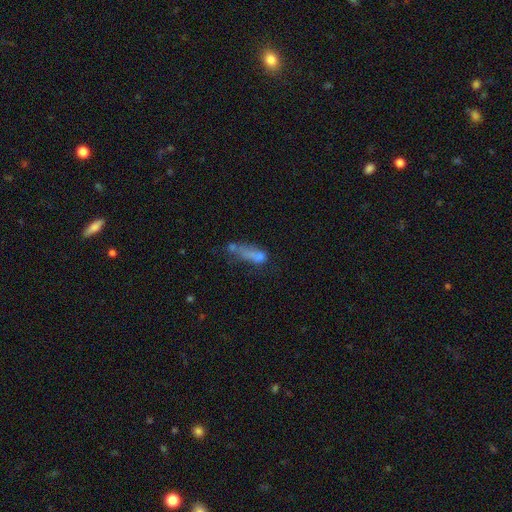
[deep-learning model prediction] Smooth or featured? smooth (62%)
How rounded? in between (56%)
Merging? major disturbance (30%)